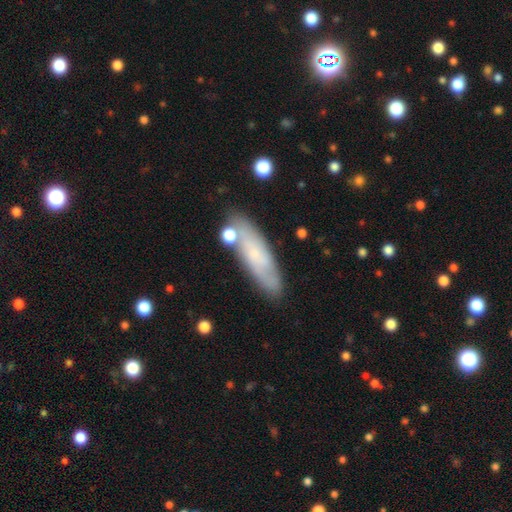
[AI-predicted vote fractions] A smooth galaxy with no disk features (52%) that is cigar-shaped (57%). Merging: none (75%).